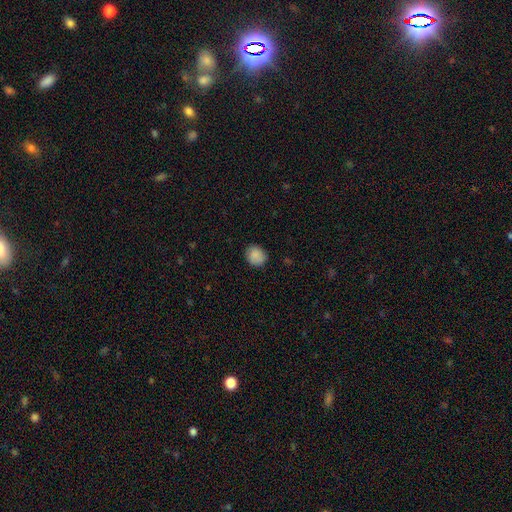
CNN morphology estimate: The model was most divided on "how rounded": round: 70%, in between: 29%, cigar-shaped: 1%. More confident: smooth or featured — smooth (88%); merging — none (84%).